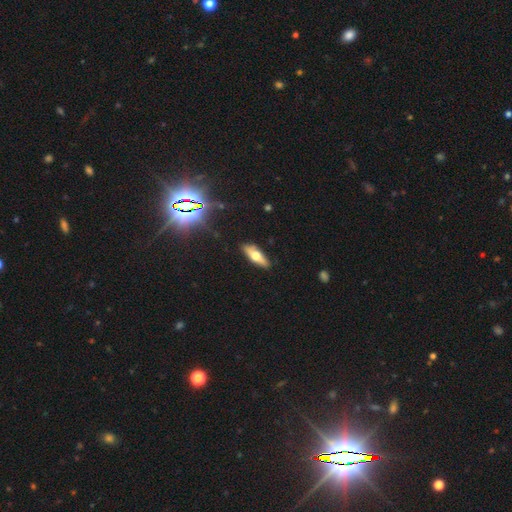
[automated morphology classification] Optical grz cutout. It shows a smooth galaxy with no disk features (54%) that is in between round and cigar-shaped (54%). Merging: none (87%).